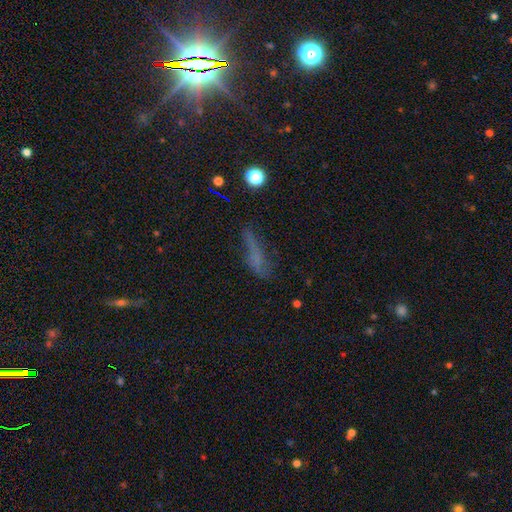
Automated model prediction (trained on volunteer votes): This is possibly a smooth galaxy (48%). Merging: marginally none (45%).